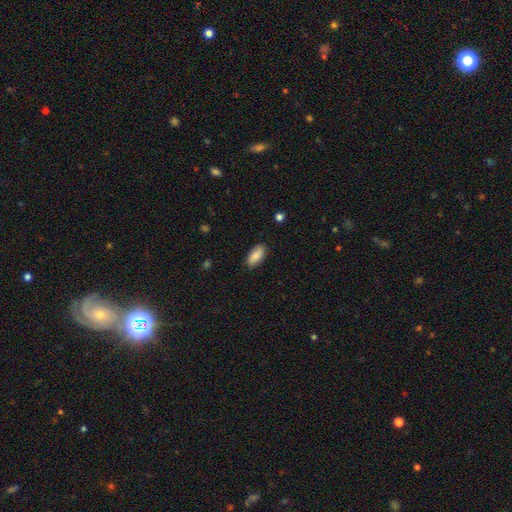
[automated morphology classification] smooth-or-featured: smooth: 87% | featured or disk: 6% | star or artifact: 6%
  how-rounded: in between: 89% | cigar-shaped: 9% | round: 2%
  merging: none: 88% | minor disturbance: 9% | major disturbance: 2% | merger: 1%